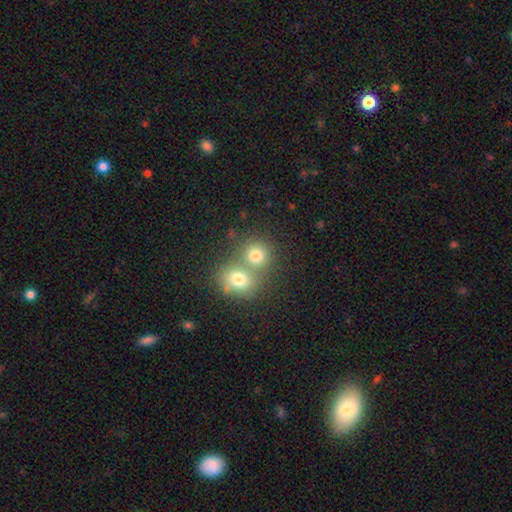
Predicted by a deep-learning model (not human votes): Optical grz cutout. It shows a smooth galaxy with no disk features (76%) that is round (82%). Merging: merger (50%).